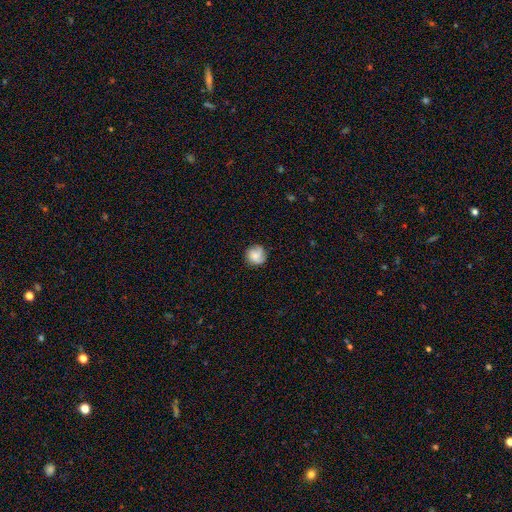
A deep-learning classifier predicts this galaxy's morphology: A smooth galaxy with no disk features (64%) that is round (89%). Merging: none (74%).